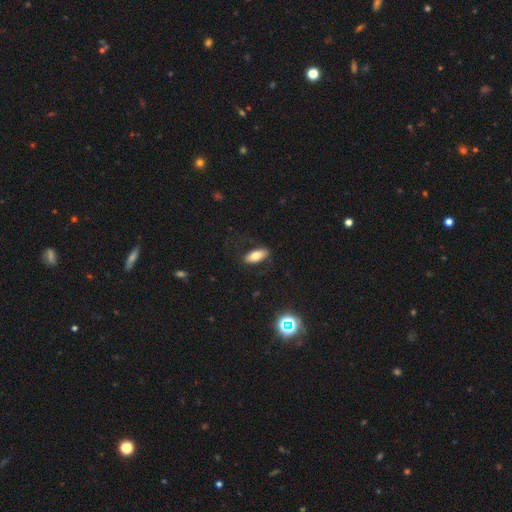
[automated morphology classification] A smooth galaxy with no disk features (71%) that is in between round and cigar-shaped (80%).

Vote fractions:
- Smooth or featured? smooth: 71% / featured or disk: 20% / star or artifact: 8%
- How rounded? in between: 80% / cigar-shaped: 17% / round: 3%
- Merging? none: 78% / minor disturbance: 14% / major disturbance: 7% / merger: 1%